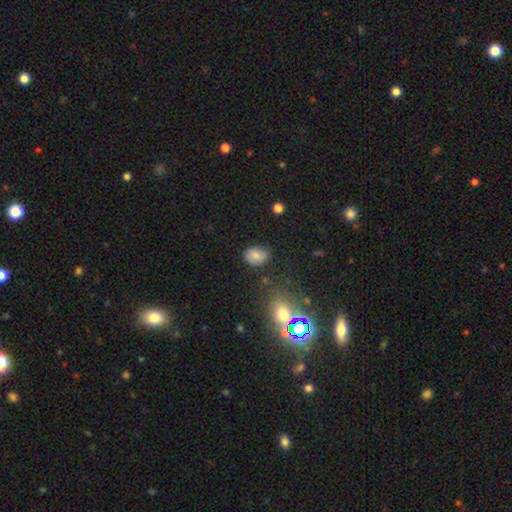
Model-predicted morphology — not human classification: Q: Smooth or featured?
A: smooth (77%); runner-up: star or artifact (11%)
Q: How rounded?
A: in between (65%); runner-up: round (34%)
Q: Merging?
A: none (73%); runner-up: minor disturbance (19%)